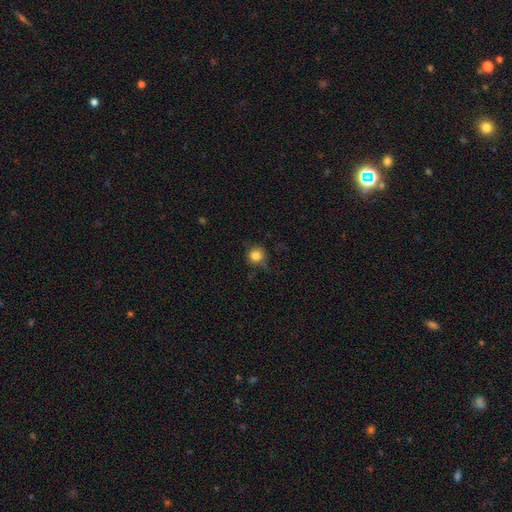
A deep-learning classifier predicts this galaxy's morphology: The model was most divided on "merging": none: 73%, minor disturbance: 20%, major disturbance: 6%, merger: 2%. More confident: how rounded — round (92%); smooth or featured — smooth (81%).